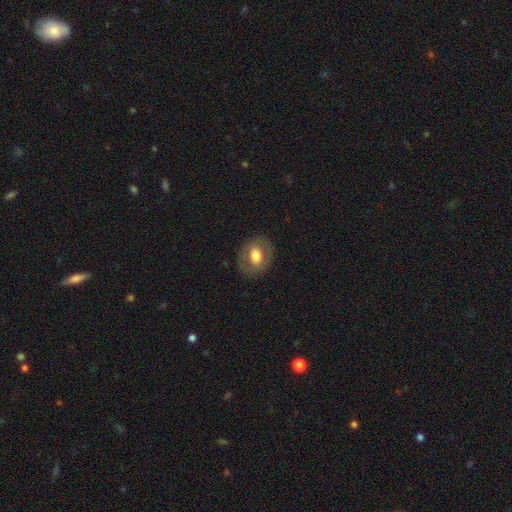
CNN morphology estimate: Overall: smooth (62%; featured or disk 31%). How rounded: in between (59%; round 40%). Merging: none (83%).